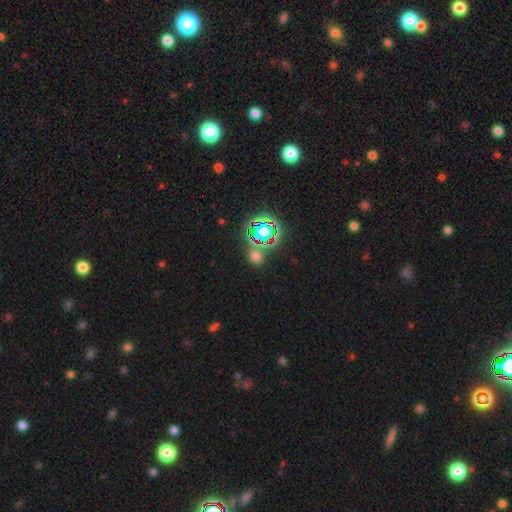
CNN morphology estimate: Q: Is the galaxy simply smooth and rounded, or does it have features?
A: smooth — 48%.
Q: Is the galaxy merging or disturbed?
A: none — 72%.